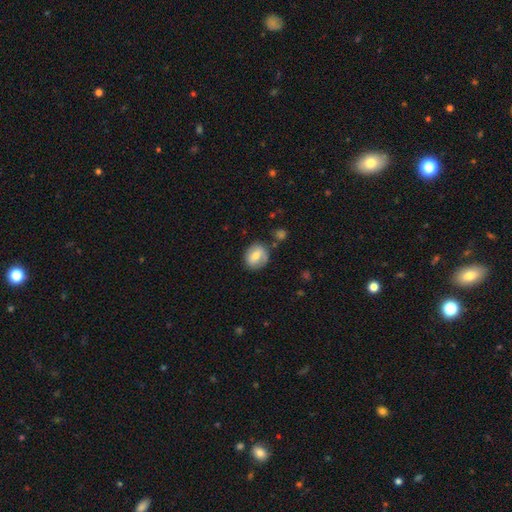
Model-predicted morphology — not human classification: type=smooth (66%); roundness=round (62%); merging=none (72%).